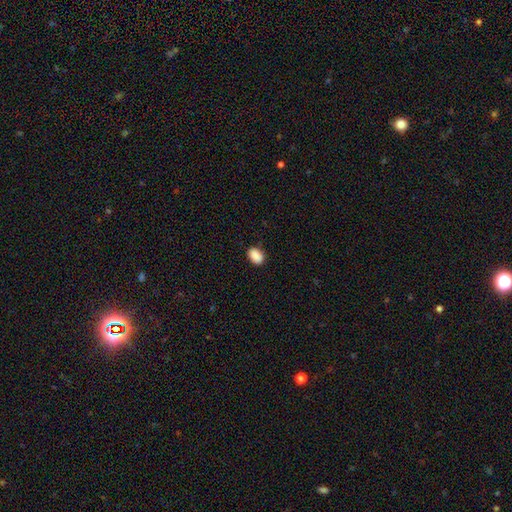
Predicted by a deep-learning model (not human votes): This appears to be a smooth galaxy with no disk features (89%) that is in between round and cigar-shaped (82%). Merging: none (84%).